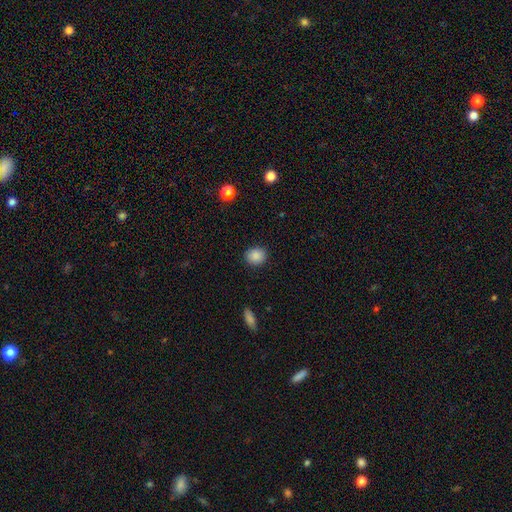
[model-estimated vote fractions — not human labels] A smooth galaxy with no disk features (88%) that is round (74%).

Vote fractions:
- Smooth or featured? smooth: 88% / star or artifact: 8% / featured or disk: 3%
- How rounded? round: 74% / in between: 25% / cigar-shaped: 1%
- Merging? none: 89% / minor disturbance: 8% / major disturbance: 2% / merger: 1%